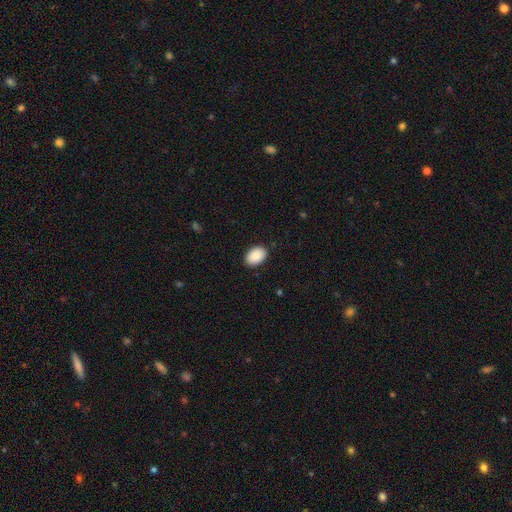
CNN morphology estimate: The model was most divided on "how rounded": in between: 89%, round: 10%, cigar-shaped: 1%. More confident: smooth or featured — smooth (90%); merging — none (88%).